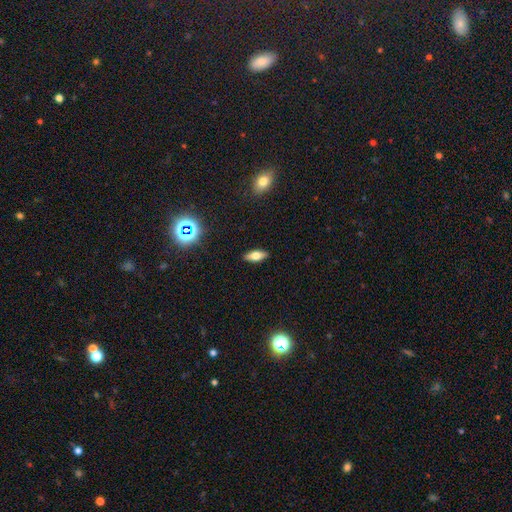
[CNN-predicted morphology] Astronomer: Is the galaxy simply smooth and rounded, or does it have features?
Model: smooth — 64%.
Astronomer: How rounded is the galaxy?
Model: in between — 74%.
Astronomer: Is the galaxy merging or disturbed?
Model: none — 89%.